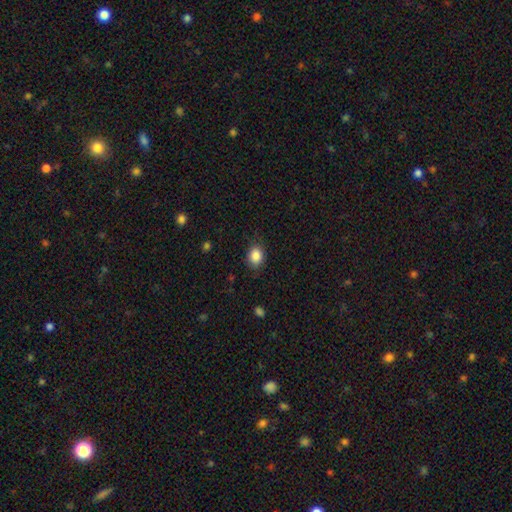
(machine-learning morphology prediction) A smooth galaxy with no disk features (87%) that is in between round and cigar-shaped (53%).

Vote fractions:
- Smooth or featured? smooth: 87% / star or artifact: 9% / featured or disk: 4%
- How rounded? in between: 53% / round: 46% / cigar-shaped: 1%
- Merging? none: 82% / minor disturbance: 14% / major disturbance: 3% / merger: 1%